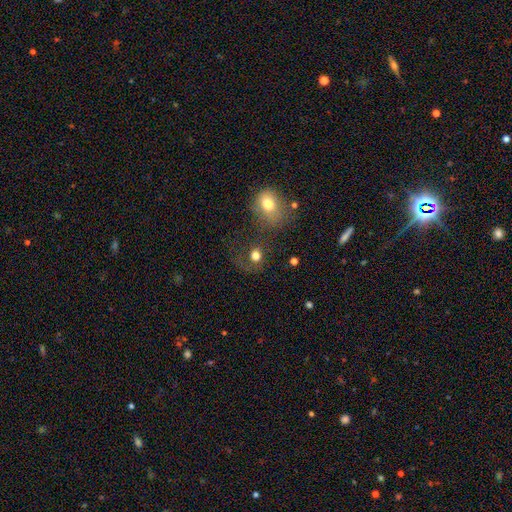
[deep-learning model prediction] A smooth galaxy with no disk features (72%) that is round (77%).

Vote fractions:
- Smooth or featured? smooth: 72% / featured or disk: 14% / star or artifact: 13%
- How rounded? round: 77% / in between: 22% / cigar-shaped: 1%
- Merging? none: 49% / major disturbance: 24% / minor disturbance: 15% / merger: 12%